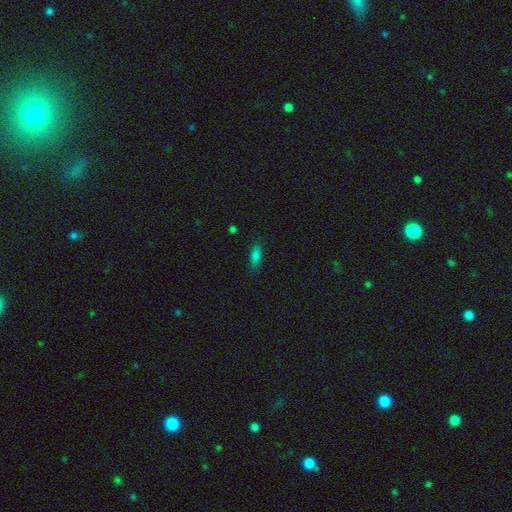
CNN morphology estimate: Overall: smooth (76%). How rounded: in between (65%; cigar-shaped 31%). Merging: none (82%).